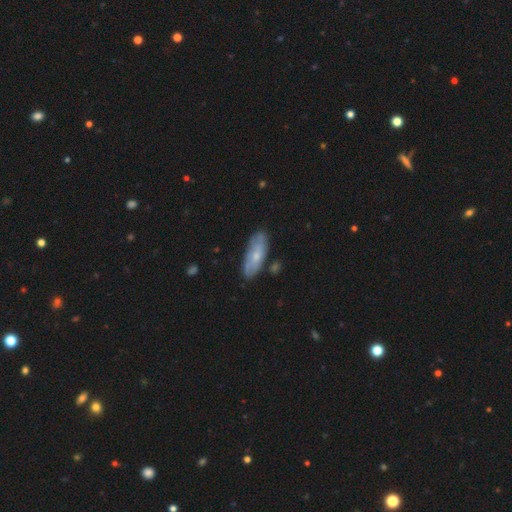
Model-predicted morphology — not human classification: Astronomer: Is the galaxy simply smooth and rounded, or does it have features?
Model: smooth — 55% (runner-up: featured or disk, 39%).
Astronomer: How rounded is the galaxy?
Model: in between — 71%.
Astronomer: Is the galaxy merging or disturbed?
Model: none — 77%.